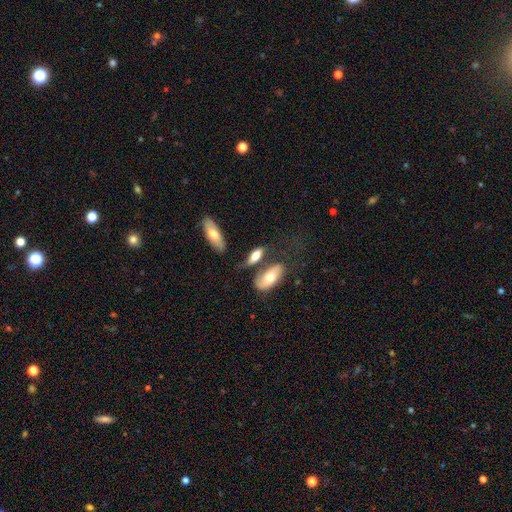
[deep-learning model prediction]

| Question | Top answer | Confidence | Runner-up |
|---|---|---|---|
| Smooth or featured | smooth | 64% | featured or disk (29%) |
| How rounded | in between | 74% | cigar-shaped (21%) |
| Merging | none | 46% | merger (26%) |